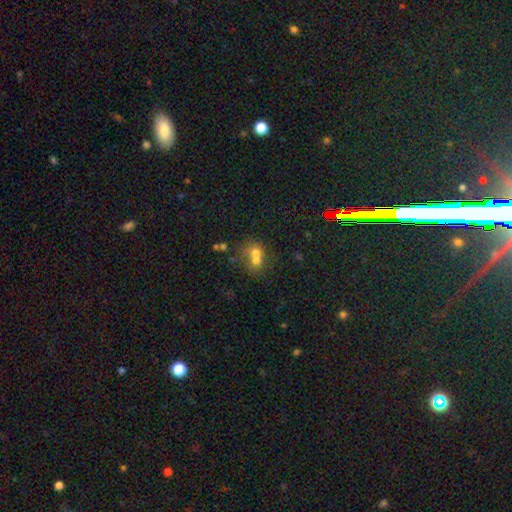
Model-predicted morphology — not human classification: Smooth or featured: smooth — 62% (featured or disk — 24%)
How rounded: round — 63% (in between — 35%)
Merging: merger — 69% (none — 21%)